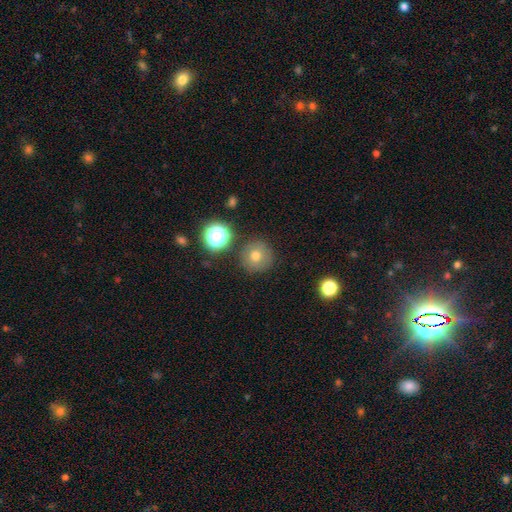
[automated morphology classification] Smooth or featured? smooth (72%)
How rounded? round (95%)
Merging? none (86%)